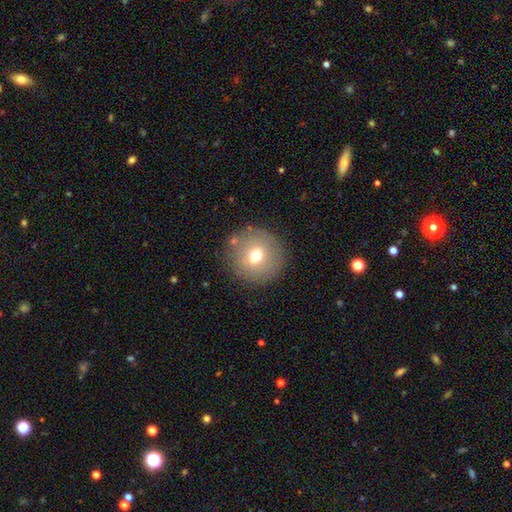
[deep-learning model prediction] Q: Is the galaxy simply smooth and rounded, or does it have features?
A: smooth — 69%.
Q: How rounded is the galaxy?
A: round — 95%.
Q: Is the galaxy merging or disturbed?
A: none — 86%.